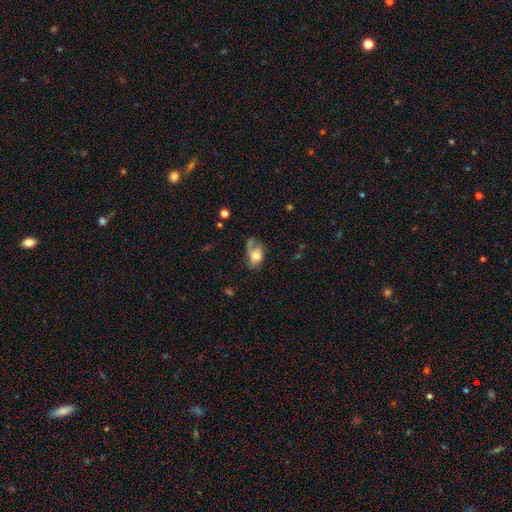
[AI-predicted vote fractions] Q: Smooth or featured?
A: smooth (60%); runner-up: featured or disk (31%)
Q: How rounded?
A: in between (77%); runner-up: round (22%)
Q: Merging?
A: major disturbance (34%); runner-up: none (32%)